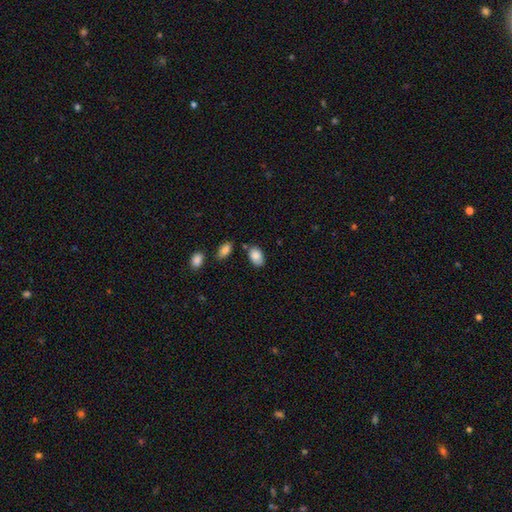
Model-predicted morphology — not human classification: Q: Smooth or featured?
A: smooth (87%); runner-up: star or artifact (7%)
Q: How rounded?
A: in between (89%); runner-up: round (9%)
Q: Merging?
A: none (72%); runner-up: minor disturbance (18%)